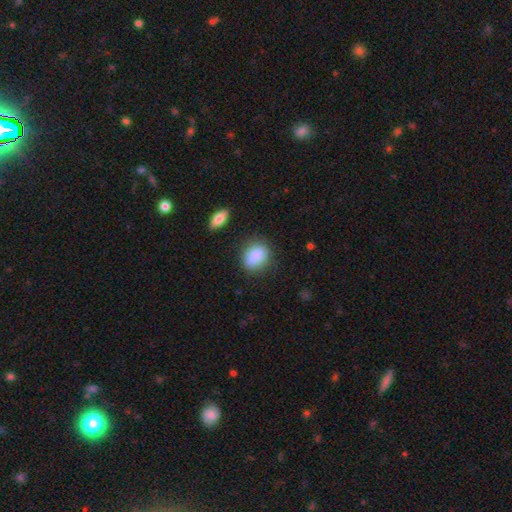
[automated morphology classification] A smooth galaxy with no disk features (86%) that is round (51%).

Vote fractions:
- Smooth or featured? smooth: 86% / star or artifact: 7% / featured or disk: 6%
- How rounded? round: 51% / in between: 48% / cigar-shaped: 2%
- Merging? none: 75% / minor disturbance: 17% / major disturbance: 4% / merger: 3%